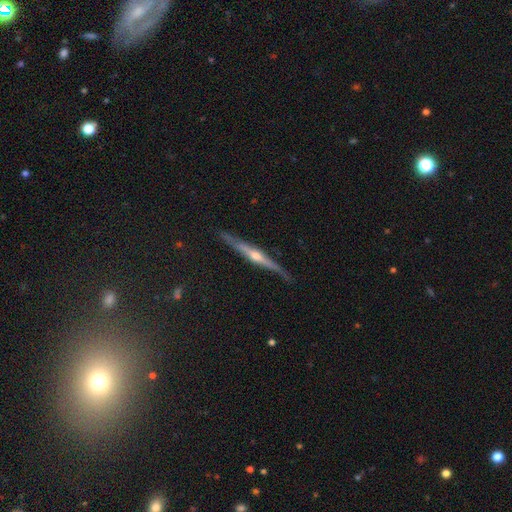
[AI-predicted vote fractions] The model was most divided on "smooth or featured": featured or disk: 80%, smooth: 13%, star or artifact: 8%. More confident: edge-on disk — yes (97%); merging — none (85%); edge-on bulge — rounded (84%).